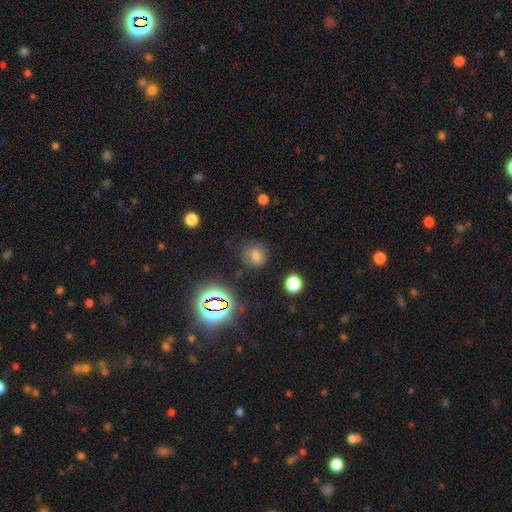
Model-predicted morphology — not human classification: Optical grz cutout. It shows a smooth galaxy with no disk features (61%) that is round (77%). Merging: none (78%).